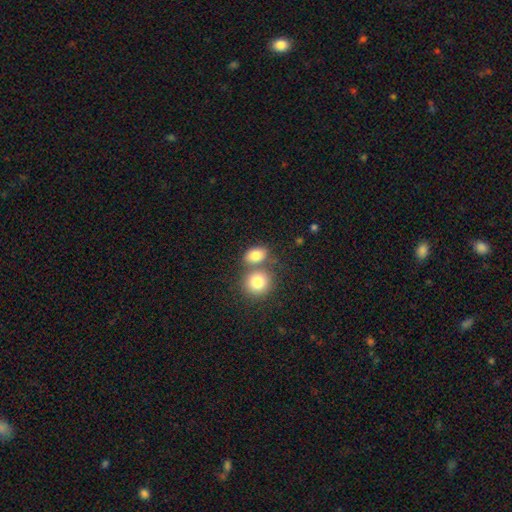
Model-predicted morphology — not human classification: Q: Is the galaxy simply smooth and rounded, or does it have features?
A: smooth — 82%.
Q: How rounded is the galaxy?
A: in between — 60%.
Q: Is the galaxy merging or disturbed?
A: none — 46%.